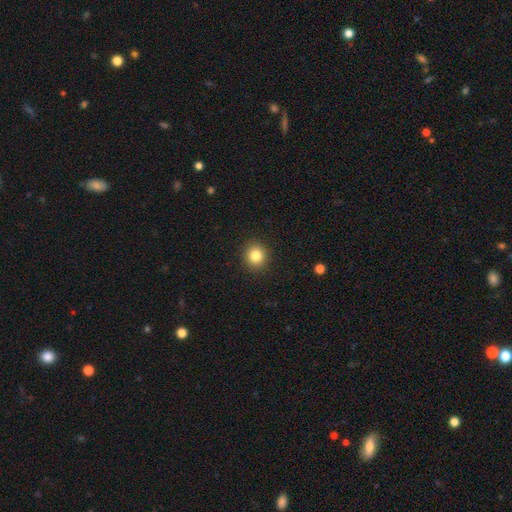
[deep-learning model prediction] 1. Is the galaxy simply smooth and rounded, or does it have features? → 83% smooth, 11% star or artifact, 6% featured or disk.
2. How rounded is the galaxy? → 89% round, 10% in between, 1% cigar-shaped.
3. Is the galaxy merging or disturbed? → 92% none, 5% minor disturbance, 2% major disturbance, 1% merger.